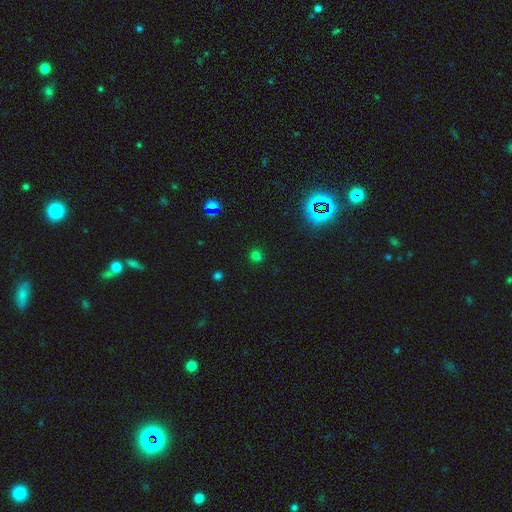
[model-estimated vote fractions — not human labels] Morphology: type=smooth (57%); roundness=round (78%); merging=none (76%).